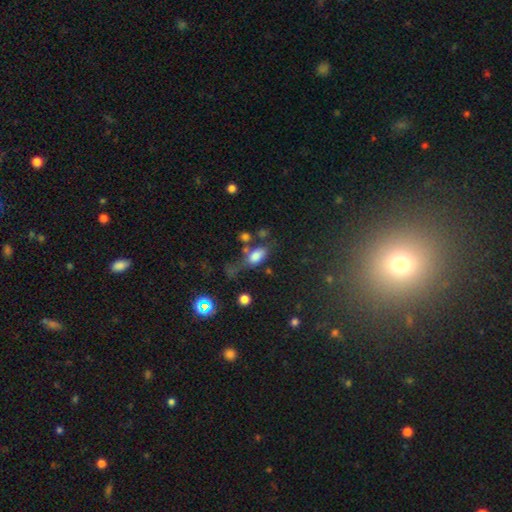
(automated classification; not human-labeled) This appears to be a smooth galaxy with no disk features (75%) that is in between round and cigar-shaped (87%). Merging: none (43%).